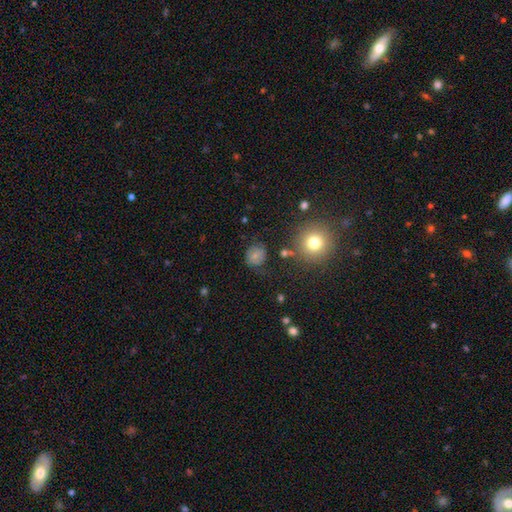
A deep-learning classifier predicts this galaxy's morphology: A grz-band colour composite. It shows a smooth galaxy with no disk features (62%) that is round (81%). Merging: none (69%).